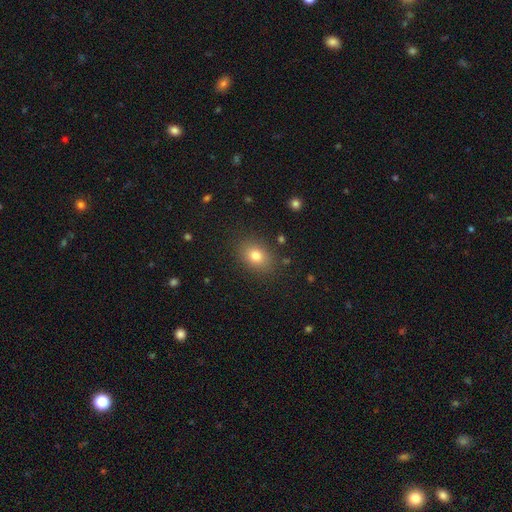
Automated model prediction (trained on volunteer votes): Smooth or featured?
  - smooth: 79% *
  - star or artifact: 11%
  - featured or disk: 10%
How rounded?
  - in between: 70% *
  - round: 29%
  - cigar-shaped: 1%
Merging?
  - none: 85% *
  - minor disturbance: 10%
  - major disturbance: 3%
  - merger: 2%